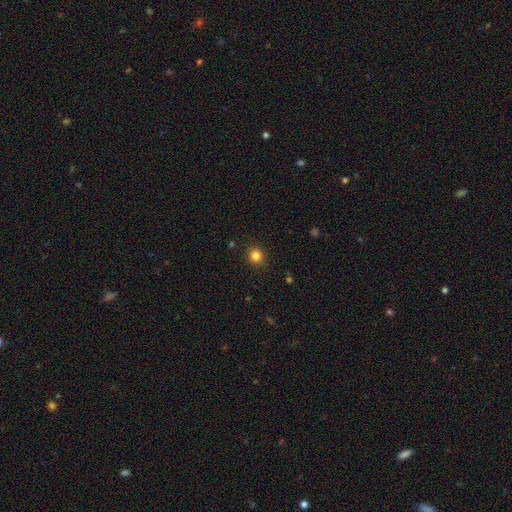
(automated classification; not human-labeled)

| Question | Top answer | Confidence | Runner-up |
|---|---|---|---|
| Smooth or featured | smooth | 83% | star or artifact (13%) |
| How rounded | round | 92% | in between (7%) |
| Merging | none | 91% | minor disturbance (6%) |